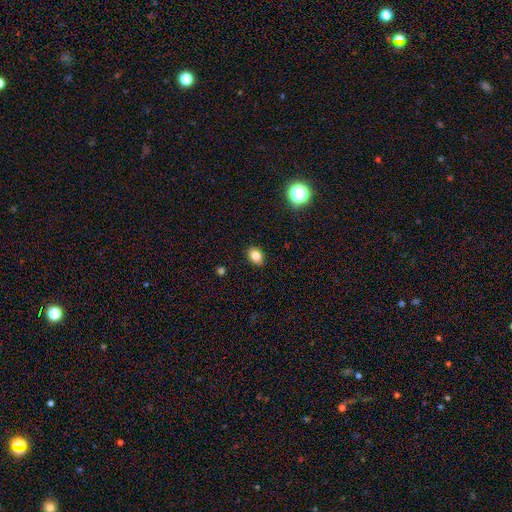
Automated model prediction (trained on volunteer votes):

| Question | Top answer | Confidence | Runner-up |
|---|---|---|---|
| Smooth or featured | smooth | 82% | star or artifact (11%) |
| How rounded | in between | 74% | round (25%) |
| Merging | none | 89% | minor disturbance (8%) |